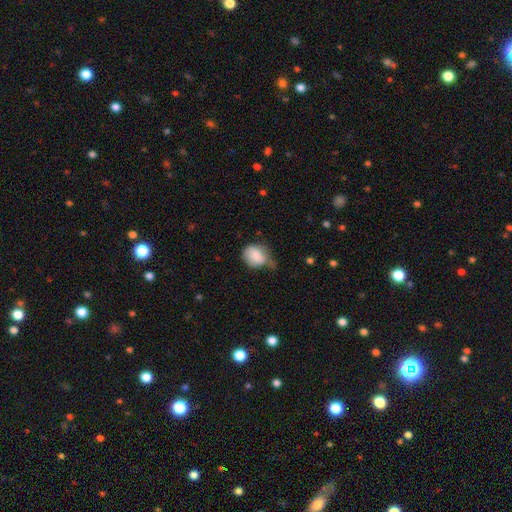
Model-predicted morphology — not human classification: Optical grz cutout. It shows a smooth galaxy with no disk features (76%) that is round (52%). Merging: minor disturbance (44%).